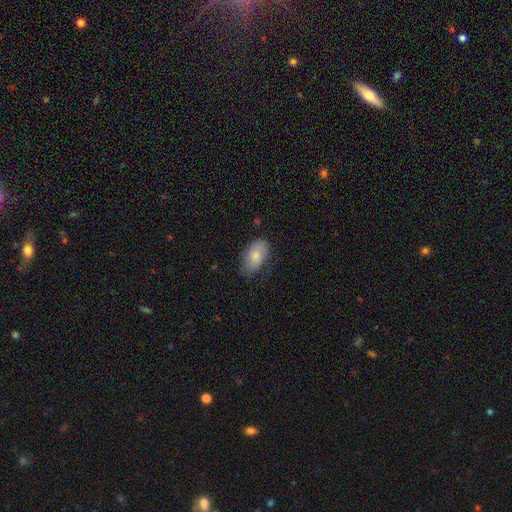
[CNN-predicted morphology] This is likely a smooth galaxy (77%). How rounded: clearly in between (93%). Merging: likely none (69%).